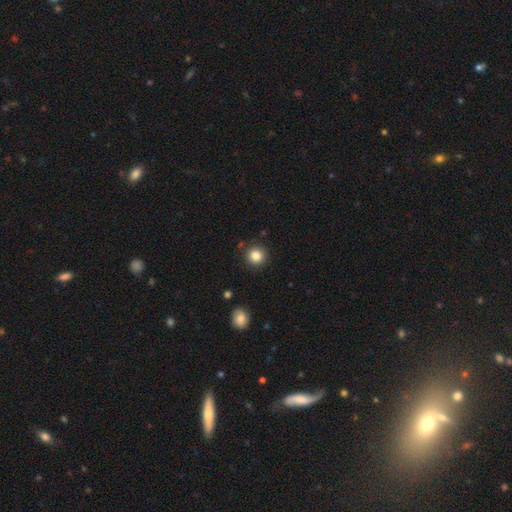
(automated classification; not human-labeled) Smooth or featured: smooth — 84% (star or artifact — 11%)
How rounded: round — 93% (in between — 6%)
Merging: none — 89% (minor disturbance — 7%)